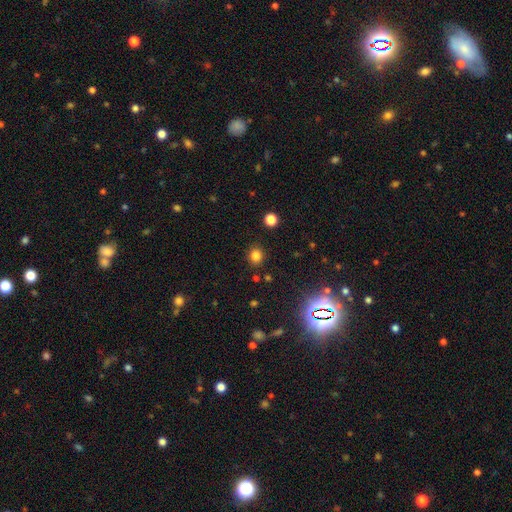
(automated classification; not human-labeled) Smooth or featured: smooth — 80% (star or artifact — 15%)
How rounded: round — 73% (in between — 26%)
Merging: none — 88% (minor disturbance — 8%)